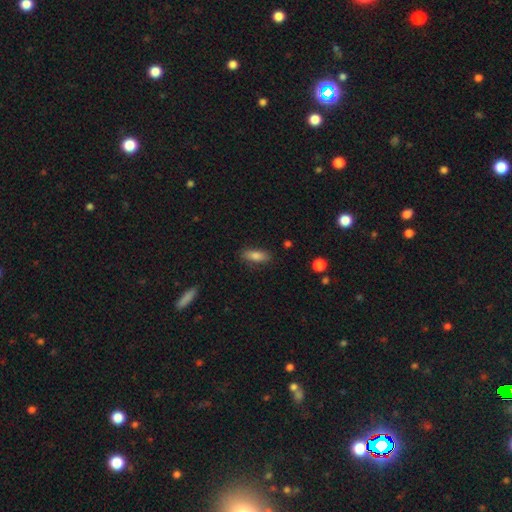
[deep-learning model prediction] smooth-or-featured: smooth: 82% | featured or disk: 11% | star or artifact: 7%
  how-rounded: in between: 67% | cigar-shaped: 30% | round: 3%
  merging: none: 84% | minor disturbance: 12% | major disturbance: 3% | merger: 1%